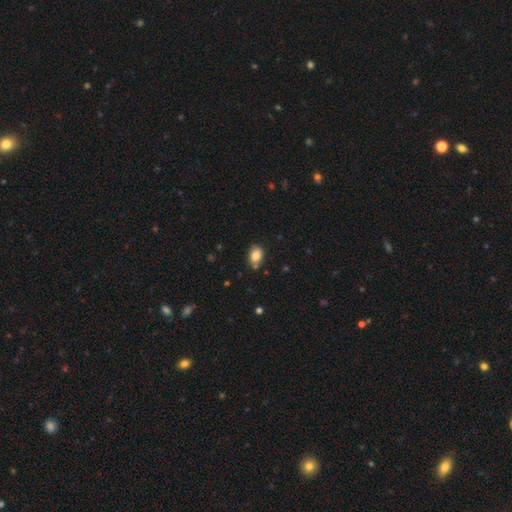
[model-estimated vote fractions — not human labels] smooth 82%, featured or disk 9%, star or artifact 9%. Down the decision tree: how rounded — in between (76%); merging — none (76%).